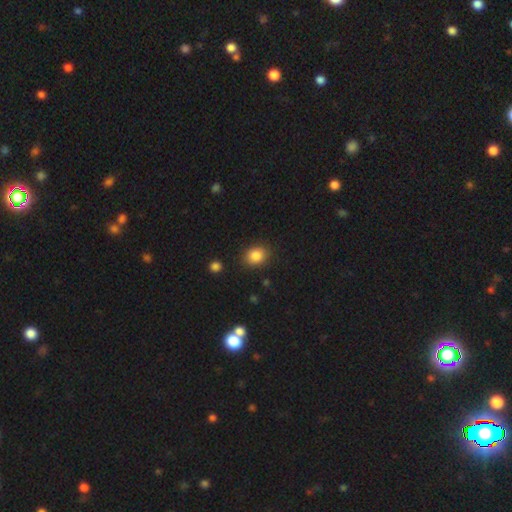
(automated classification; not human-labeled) smooth 86%, star or artifact 10%, featured or disk 5%. Down the decision tree: how rounded — round (52%); merging — none (86%).